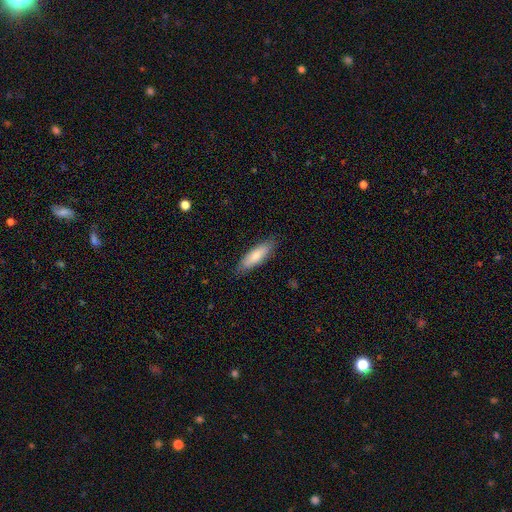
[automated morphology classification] The model was most divided on "how rounded": cigar-shaped: 53%, in between: 45%, round: 1%. More confident: merging — none (84%); smooth or featured — smooth (79%).